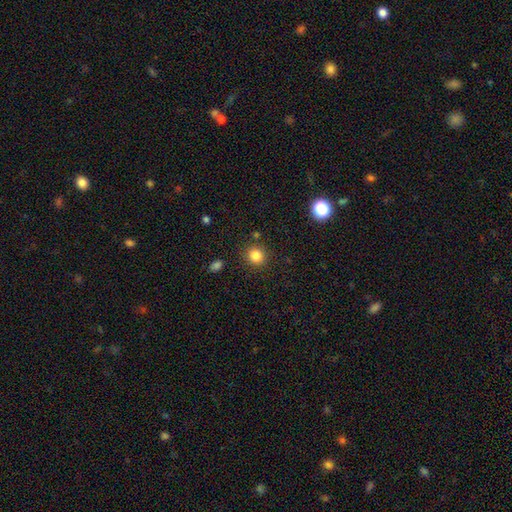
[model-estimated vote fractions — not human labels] A smooth galaxy with no disk features (83%) that is round (87%). Merging: none (87%).